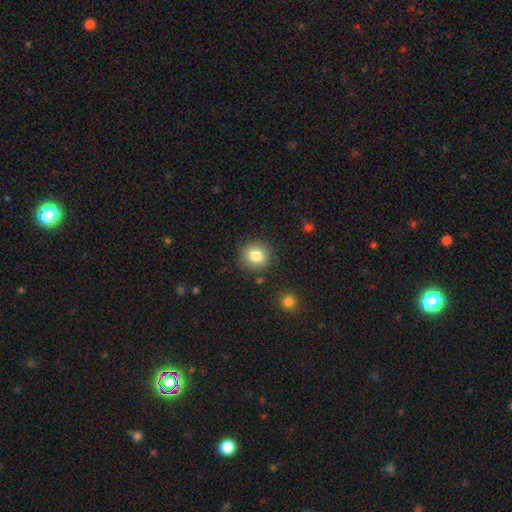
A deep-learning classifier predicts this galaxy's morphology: type=smooth (82%); roundness=round (83%); merging=none (86%).